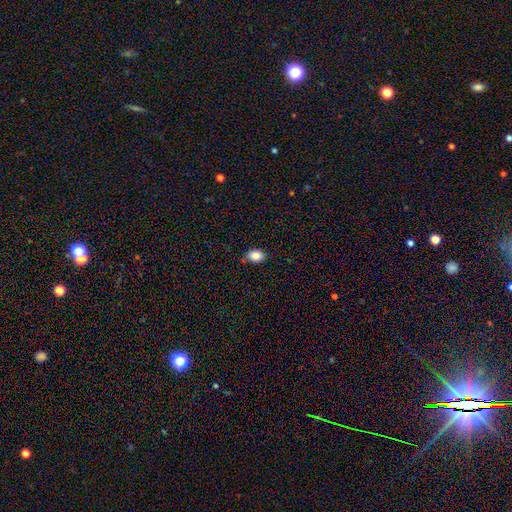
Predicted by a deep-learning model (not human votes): A smooth galaxy with no disk features (84%) that is in between round and cigar-shaped (81%).

Vote fractions:
- Smooth or featured? smooth: 84% / star or artifact: 9% / featured or disk: 7%
- How rounded? in between: 81% / round: 17% / cigar-shaped: 1%
- Merging? none: 81% / minor disturbance: 14% / major disturbance: 2% / merger: 2%